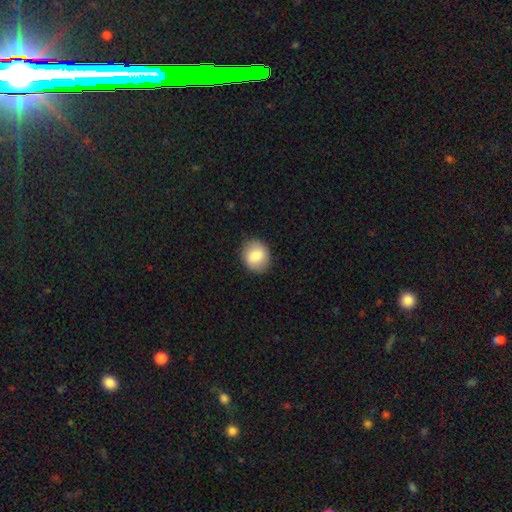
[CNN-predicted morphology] Smooth or featured? smooth (83%)
How rounded? round (71%)
Merging? none (88%)